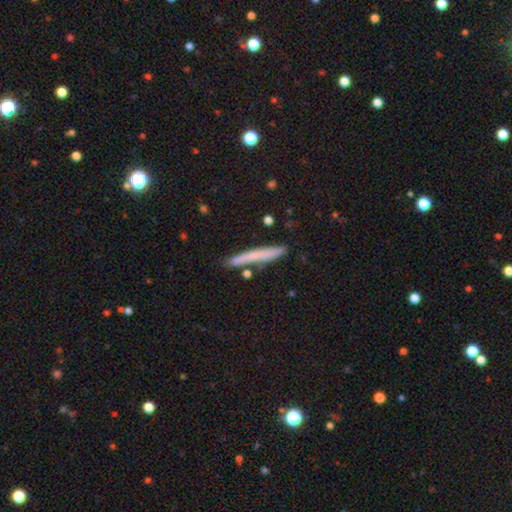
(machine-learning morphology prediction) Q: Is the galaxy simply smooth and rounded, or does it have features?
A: smooth — 63%.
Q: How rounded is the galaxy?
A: cigar-shaped — 95%.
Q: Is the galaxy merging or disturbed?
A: none — 81%.